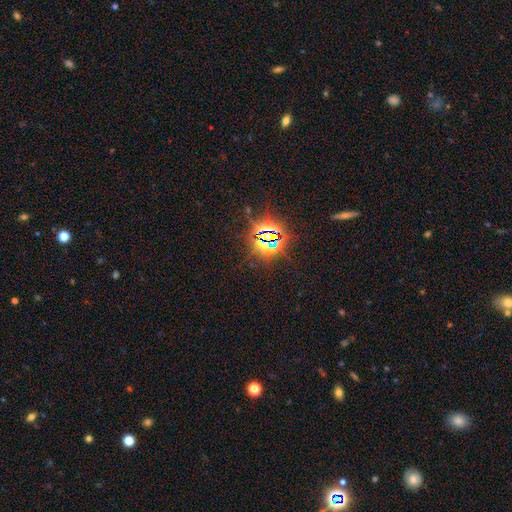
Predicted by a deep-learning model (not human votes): Smooth or featured? Predicted: star or artifact (p=0.83).